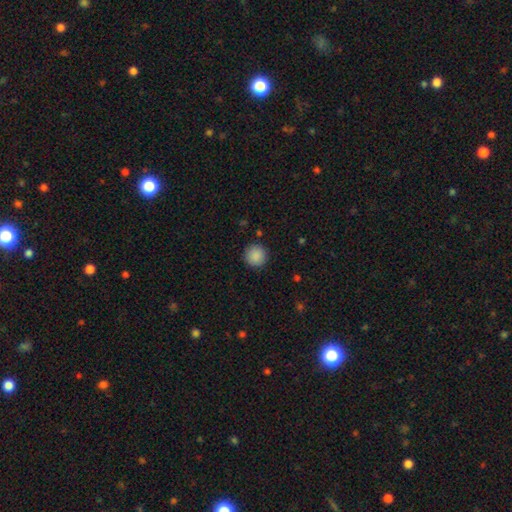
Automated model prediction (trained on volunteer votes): Smooth or featured: smooth — 89% (star or artifact — 8%)
How rounded: round — 95% (in between — 4%)
Merging: none — 91% (minor disturbance — 6%)